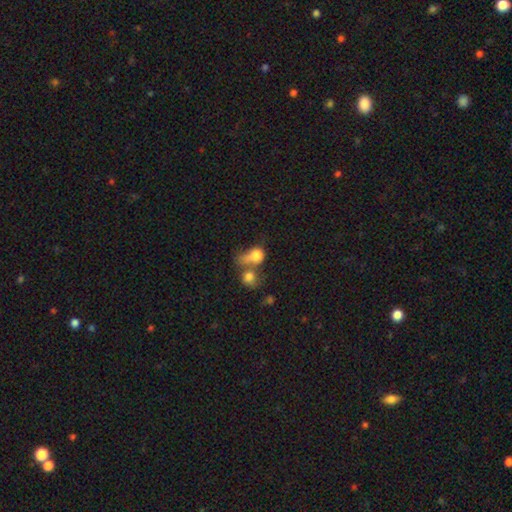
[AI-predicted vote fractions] This is likely a smooth galaxy (76%). How rounded: possibly round (57%). Merging: possibly merger (58%).